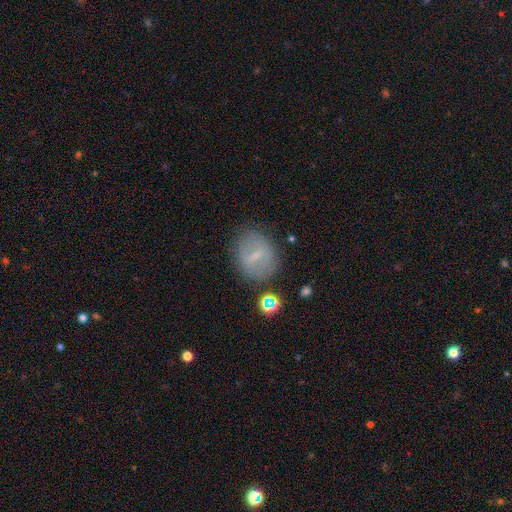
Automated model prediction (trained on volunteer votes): A smooth galaxy with no disk features (46%).

Vote fractions:
- Smooth or featured? smooth: 46% / featured or disk: 43% / star or artifact: 12%
- Merging? none: 76% / minor disturbance: 15% / major disturbance: 6% / merger: 3%